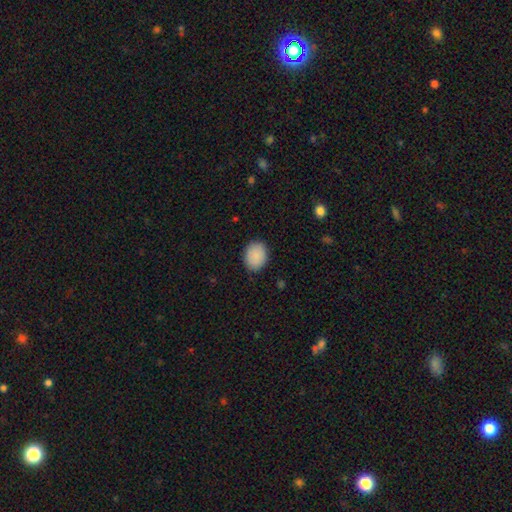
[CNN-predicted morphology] A smooth galaxy with no disk features (89%) that is in between round and cigar-shaped (57%). Merging: none (87%).